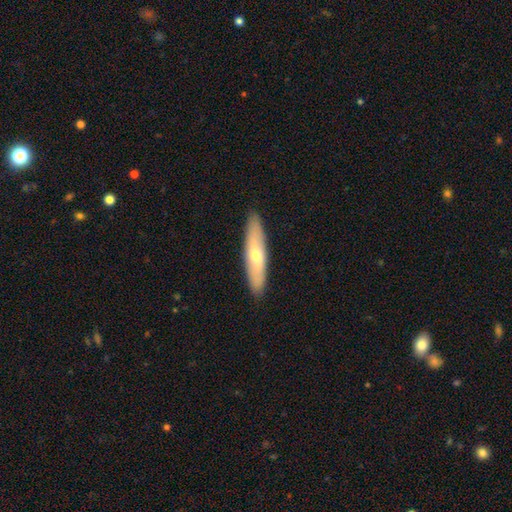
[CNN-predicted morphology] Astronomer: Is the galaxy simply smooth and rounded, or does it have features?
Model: smooth — 57% (runner-up: featured or disk, 38%).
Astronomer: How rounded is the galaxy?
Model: cigar-shaped — 76%.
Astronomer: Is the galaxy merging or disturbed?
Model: none — 90%.